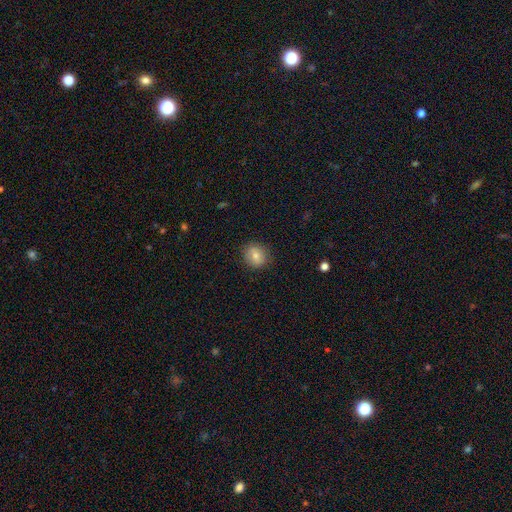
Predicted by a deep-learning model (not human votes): A smooth galaxy with no disk features (73%) that is round (79%). Merging: none (87%).